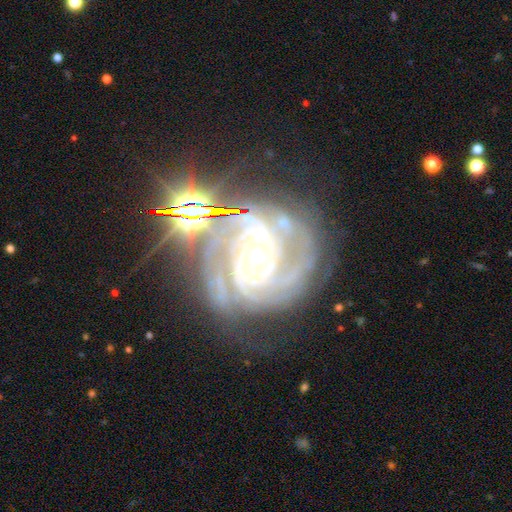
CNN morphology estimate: smooth_or_featured: featured or disk (p=0.86) [alt: star or artifact p=0.10]
disk_edge_on: no (p=0.97) [alt: yes p=0.03]
bar: weak (p=0.36) [alt: strong p=0.34]
has_spiral_arms: yes (p=0.98) [alt: no p=0.02]
spiral_winding: tight (p=0.71) [alt: medium p=0.25]
spiral_arm_count: 3 (p=0.32) [alt: 4 p=0.19]
bulge_size: moderate (p=0.61) [alt: small p=0.31]
merging: none (p=0.66) [alt: minor disturbance p=0.19]